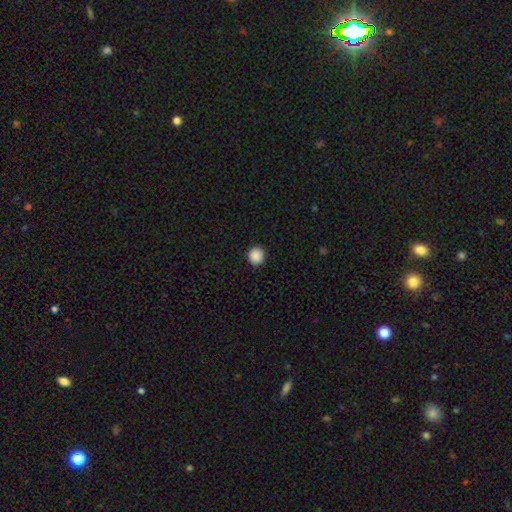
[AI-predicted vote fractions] This appears to be a smooth galaxy with no disk features (89%) that is round (90%). Merging: none (92%).